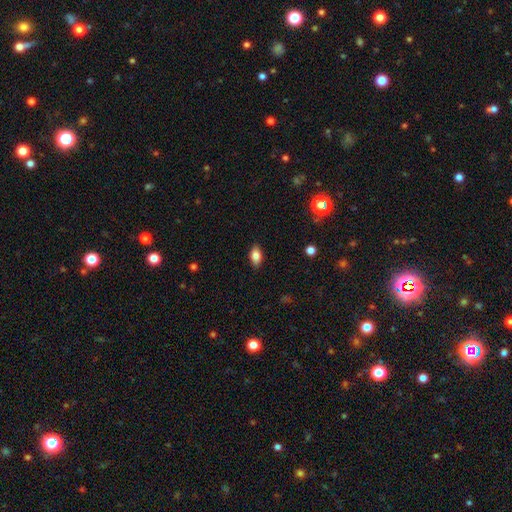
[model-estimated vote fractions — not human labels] A smooth galaxy with no disk features (84%) that is in between round and cigar-shaped (89%). Merging: none (87%).